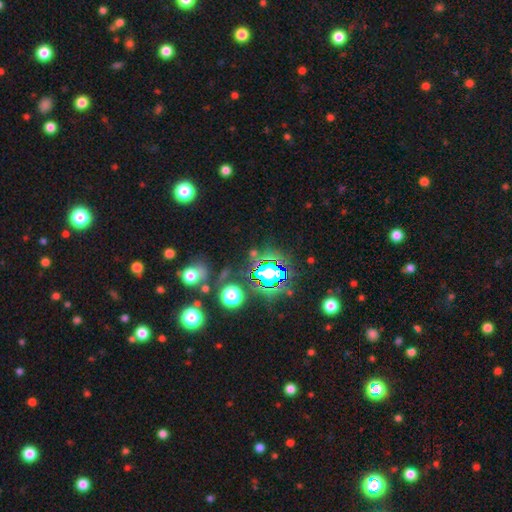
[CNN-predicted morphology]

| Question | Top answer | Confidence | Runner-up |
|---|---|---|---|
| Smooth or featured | star or artifact | 70% | smooth (21%) |